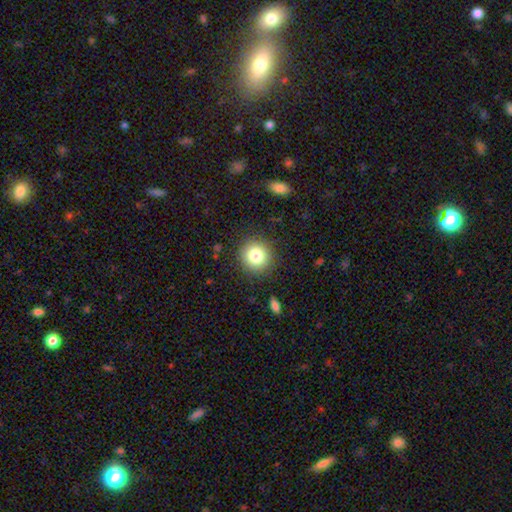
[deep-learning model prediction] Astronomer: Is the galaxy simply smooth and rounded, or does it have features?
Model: smooth — 81%.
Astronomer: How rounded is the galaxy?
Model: round — 93%.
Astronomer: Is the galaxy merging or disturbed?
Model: none — 89%.